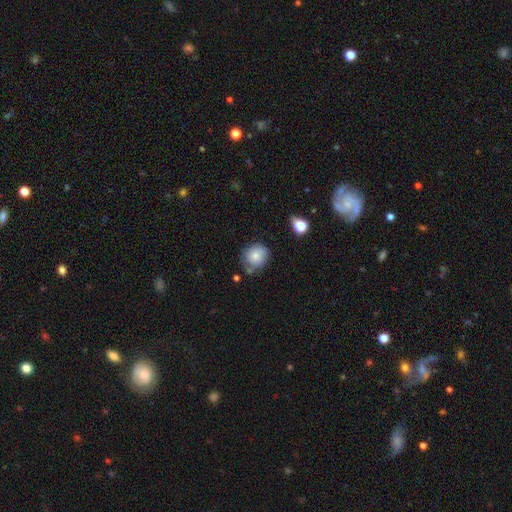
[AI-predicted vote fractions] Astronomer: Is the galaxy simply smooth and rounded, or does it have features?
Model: smooth — 81%.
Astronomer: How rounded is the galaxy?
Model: round — 77%.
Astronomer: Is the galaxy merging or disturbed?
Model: none — 65%.